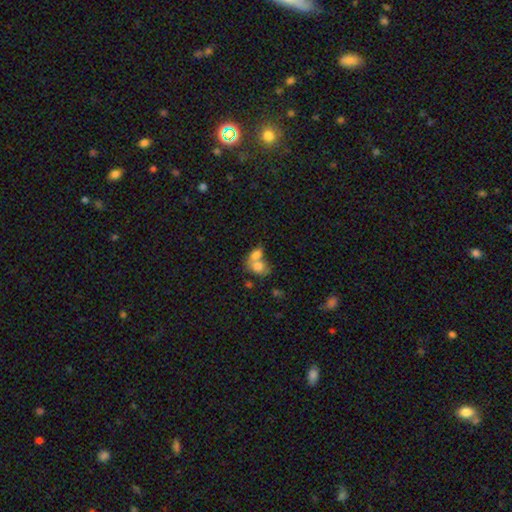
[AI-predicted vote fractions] Smooth or featured?
  - smooth: 74% *
  - featured or disk: 18%
  - star or artifact: 9%
How rounded?
  - in between: 65% *
  - round: 34%
  - cigar-shaped: 1%
Merging?
  - merger: 73% *
  - none: 16%
  - minor disturbance: 6%
  - major disturbance: 4%